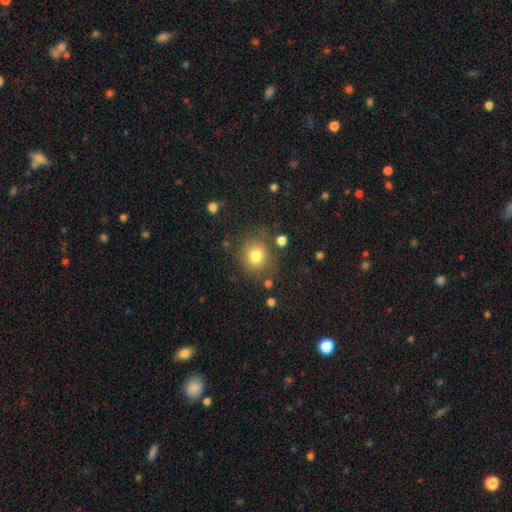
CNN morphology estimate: Q: Smooth or featured?
A: smooth (79%); runner-up: star or artifact (13%)
Q: How rounded?
A: round (83%); runner-up: in between (16%)
Q: Merging?
A: none (79%); runner-up: minor disturbance (12%)